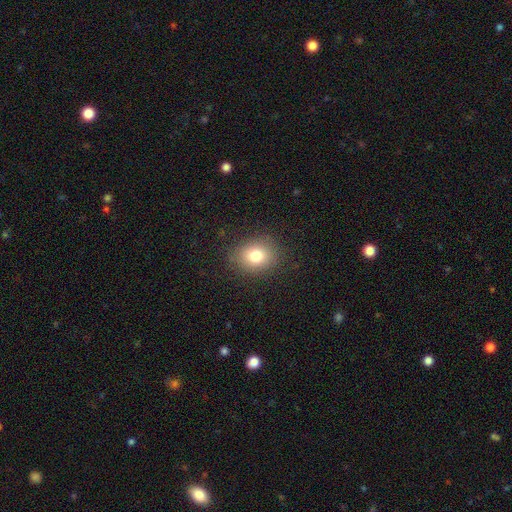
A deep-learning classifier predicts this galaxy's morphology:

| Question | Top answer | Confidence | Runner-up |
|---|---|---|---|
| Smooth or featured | smooth | 79% | star or artifact (12%) |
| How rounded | round | 57% | in between (43%) |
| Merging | none | 86% | minor disturbance (9%) |